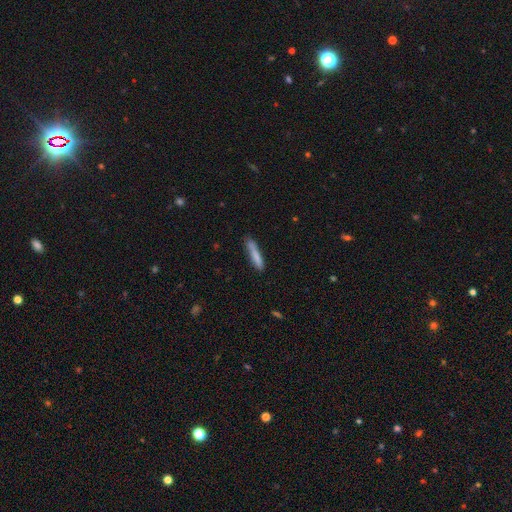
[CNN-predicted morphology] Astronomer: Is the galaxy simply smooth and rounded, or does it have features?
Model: smooth — 79%.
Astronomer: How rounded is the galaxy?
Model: cigar-shaped — 92%.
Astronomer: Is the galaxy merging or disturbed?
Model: none — 76%.